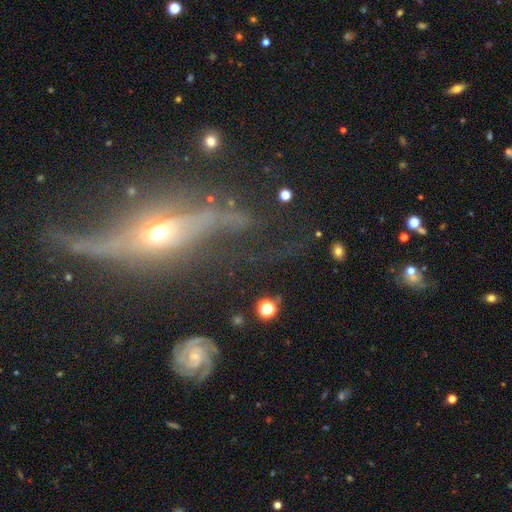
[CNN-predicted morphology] Q: Smooth or featured?
A: featured or disk (74%); runner-up: star or artifact (14%)
Q: Edge-on disk?
A: yes (56%); runner-up: no (44%)
Q: Merging?
A: none (47%); runner-up: major disturbance (28%)